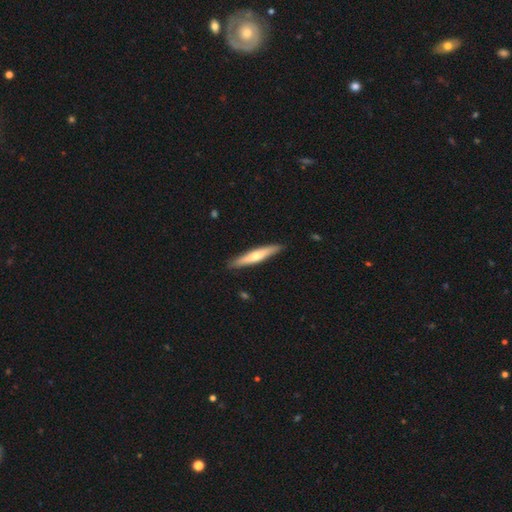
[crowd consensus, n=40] smooth-or-featured: featured or disk: 68% | smooth: 25% | star or artifact: 8%
  disk-edge-on: yes: 89% | no: 11%
    edge-on-bulge: rounded: 71% | none: 21% | boxy: 8%
  merging: none: 97% | merger: 3% | minor disturbance: 0% | major disturbance: 0%